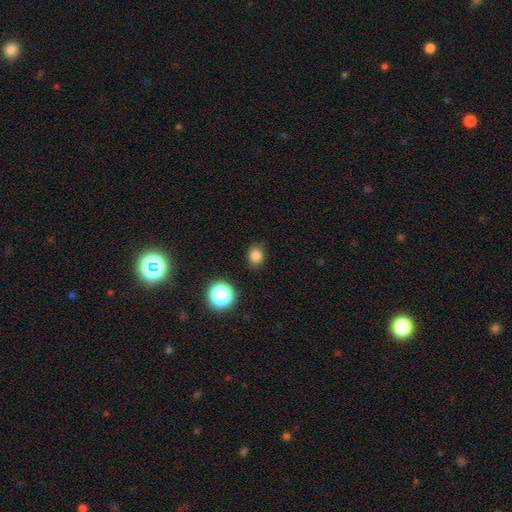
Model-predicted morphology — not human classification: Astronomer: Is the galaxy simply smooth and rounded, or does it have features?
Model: smooth — 81%.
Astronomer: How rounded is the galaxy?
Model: round — 65%.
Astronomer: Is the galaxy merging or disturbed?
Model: none — 87%.